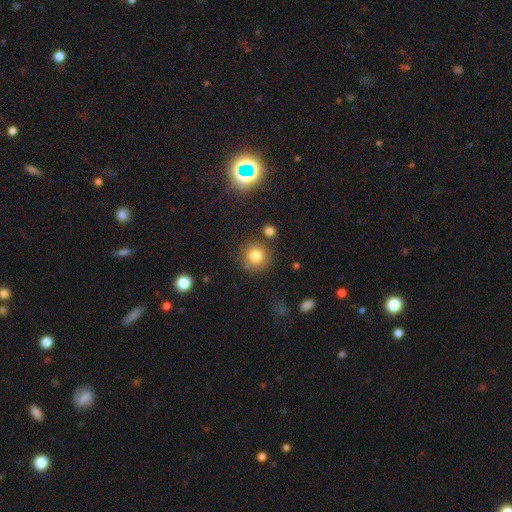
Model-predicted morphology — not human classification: This is likely a smooth galaxy (80%). How rounded: clearly round (92%). Merging: likely none (80%).